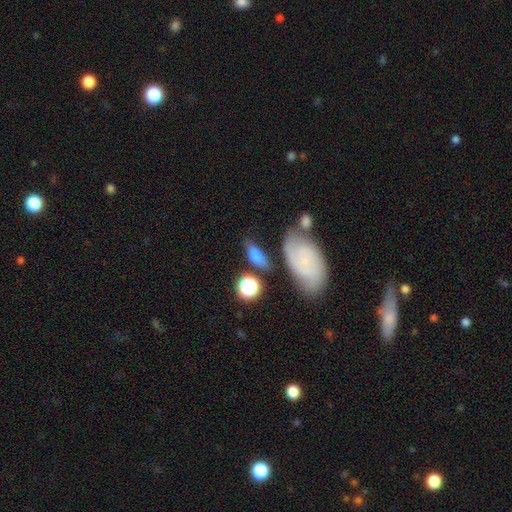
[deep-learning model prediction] Smooth or featured?
  - smooth: 60% *
  - featured or disk: 29%
  - star or artifact: 11%
How rounded?
  - in between: 75% *
  - cigar-shaped: 15%
  - round: 10%
Merging?
  - none: 62% *
  - minor disturbance: 19%
  - merger: 12%
  - major disturbance: 8%